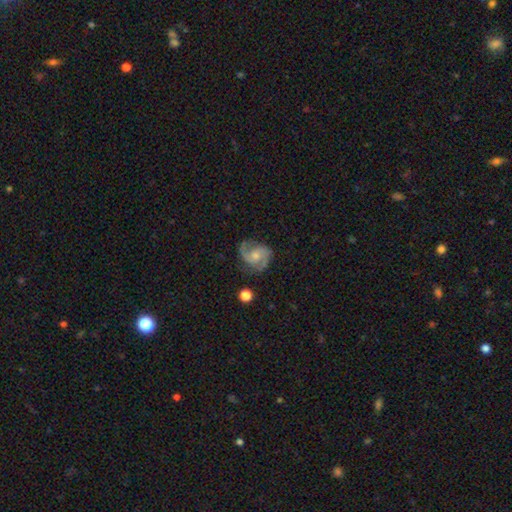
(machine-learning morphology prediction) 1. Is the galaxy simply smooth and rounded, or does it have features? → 84% featured or disk, 10% smooth, 6% star or artifact.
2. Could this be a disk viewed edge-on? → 98% no, 2% yes.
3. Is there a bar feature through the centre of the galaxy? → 64% no, 31% weak, 5% strong.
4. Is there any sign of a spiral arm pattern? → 97% yes, 3% no.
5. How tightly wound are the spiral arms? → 55% medium, 25% tight, 20% loose.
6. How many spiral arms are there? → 82% 2, 7% 3, 5% can't tell, 3% 1, 2% 4, 2% more than 4.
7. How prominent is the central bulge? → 46% moderate (tied), 46% small (tied), 5% none, 3% large, 1% dominant.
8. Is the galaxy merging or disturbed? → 73% none, 18% minor disturbance, 8% major disturbance, 2% merger.